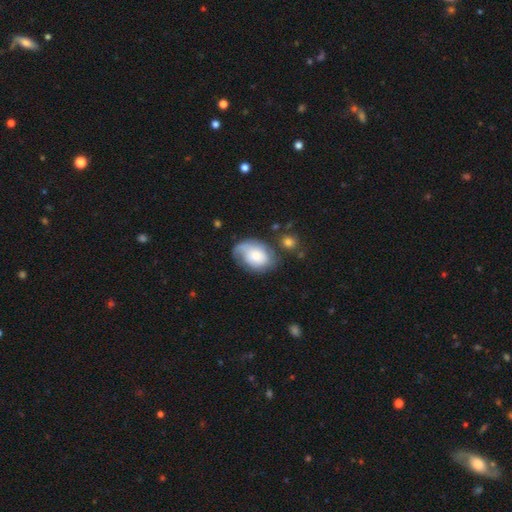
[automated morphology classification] Q: Smooth or featured?
A: featured or disk (49%); runner-up: smooth (44%)
Q: Merging?
A: none (50%); runner-up: minor disturbance (27%)